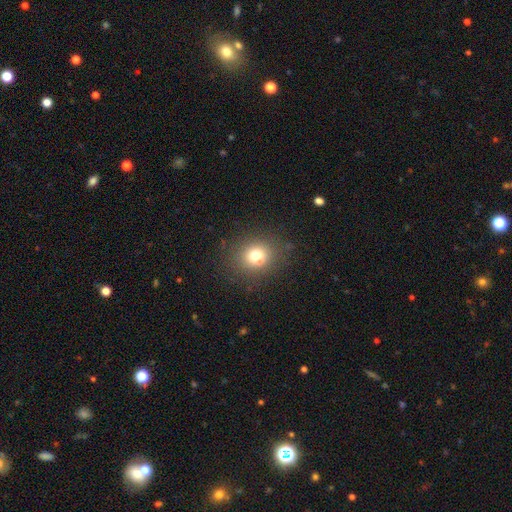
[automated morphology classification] Q: Smooth or featured?
A: smooth (71%); runner-up: star or artifact (15%)
Q: How rounded?
A: round (76%); runner-up: in between (23%)
Q: Merging?
A: none (74%); runner-up: minor disturbance (12%)